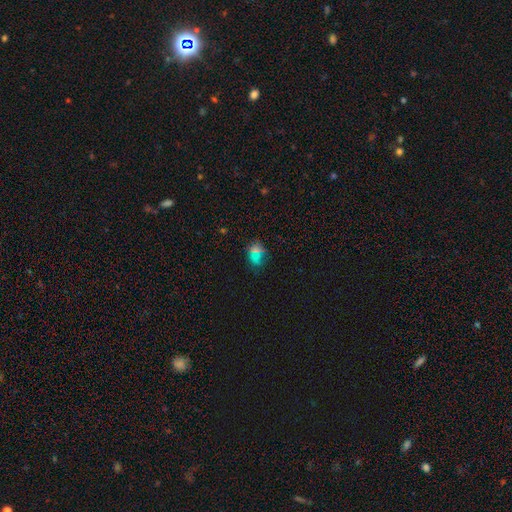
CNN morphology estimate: Smooth or featured?
  - smooth: 55% *
  - star or artifact: 35%
  - featured or disk: 10%
How rounded?
  - in between: 58% *
  - round: 38%
  - cigar-shaped: 4%
Merging?
  - none: 69% *
  - minor disturbance: 16%
  - major disturbance: 8%
  - merger: 7%